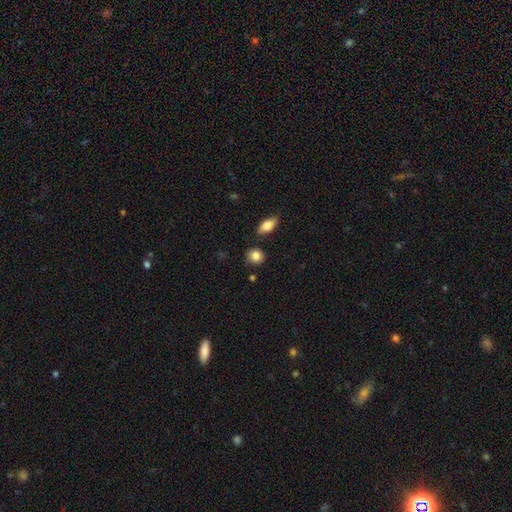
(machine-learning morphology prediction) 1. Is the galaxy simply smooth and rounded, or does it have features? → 85% smooth, 8% star or artifact, 7% featured or disk.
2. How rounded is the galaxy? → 77% round, 21% in between, 2% cigar-shaped.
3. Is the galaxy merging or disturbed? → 77% none, 14% minor disturbance, 5% merger, 3% major disturbance.